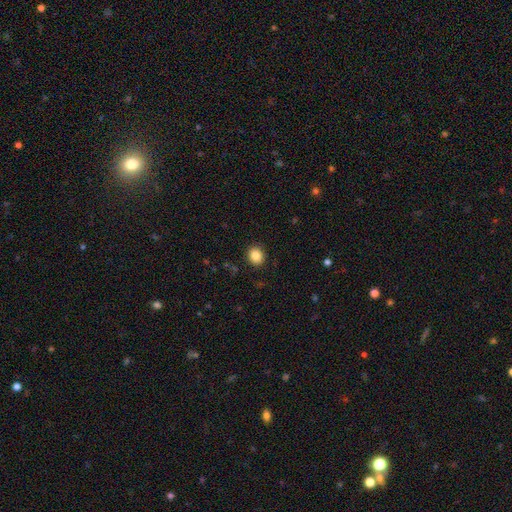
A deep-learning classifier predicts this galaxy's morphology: Overall: smooth (87%). How rounded: round (75%). Merging: none (90%).